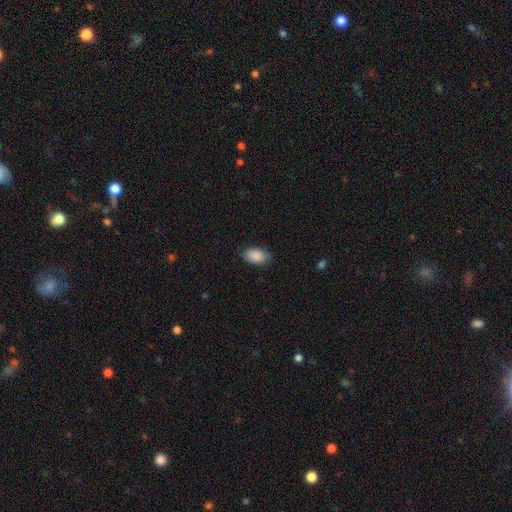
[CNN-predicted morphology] type=smooth (90%); roundness=in between (93%); merging=none (84%).